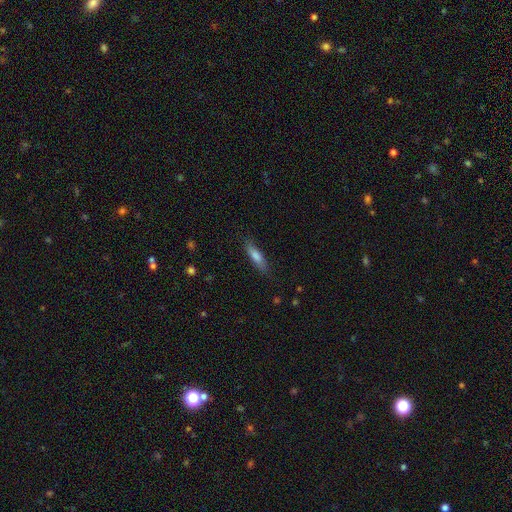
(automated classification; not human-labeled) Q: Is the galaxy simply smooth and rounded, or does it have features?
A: smooth — 68%.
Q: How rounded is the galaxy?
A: cigar-shaped — 74%.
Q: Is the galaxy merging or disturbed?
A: none — 83%.